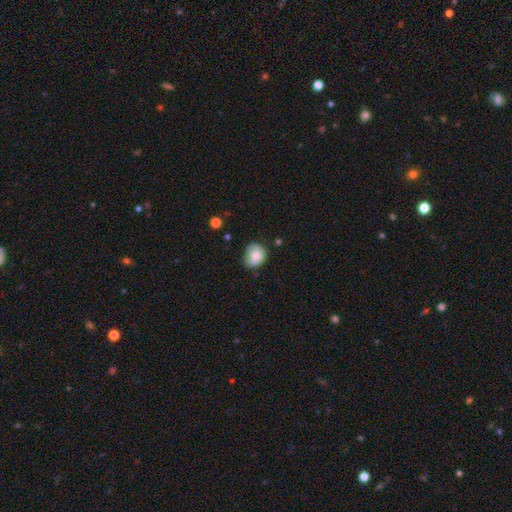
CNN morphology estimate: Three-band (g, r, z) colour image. It shows a smooth galaxy with no disk features (78%) that is round (63%). Merging: none (59%).